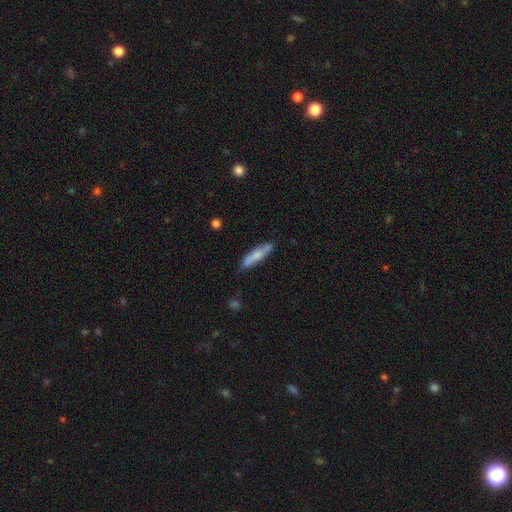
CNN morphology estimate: smooth-or-featured: smooth: 68% | featured or disk: 27% | star or artifact: 6%
  how-rounded: cigar-shaped: 77% | in between: 21% | round: 2%
  merging: none: 77% | minor disturbance: 18% | major disturbance: 3% | merger: 2%